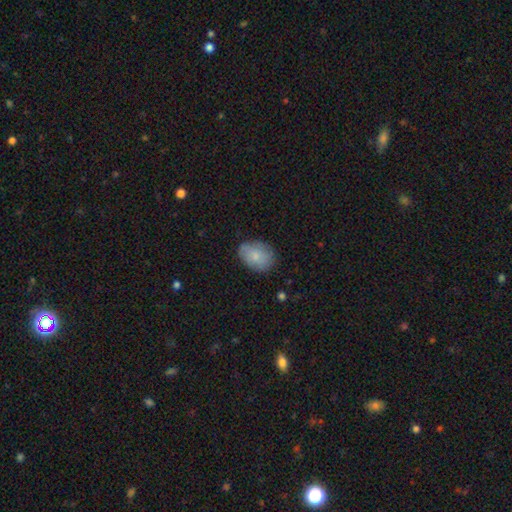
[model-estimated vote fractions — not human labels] Smooth or featured?
  - smooth: 81% *
  - featured or disk: 12%
  - star or artifact: 7%
How rounded?
  - in between: 77% *
  - round: 22%
  - cigar-shaped: 1%
Merging?
  - none: 76% *
  - minor disturbance: 19%
  - major disturbance: 4%
  - merger: 1%